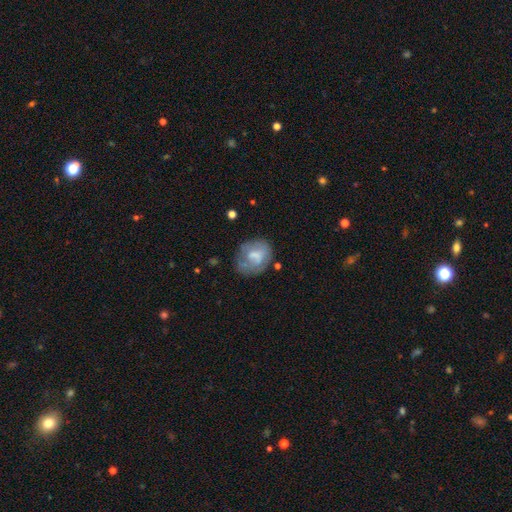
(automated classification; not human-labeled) Morphology: type=smooth (54%); roundness=round (61%); merging=none (54%).